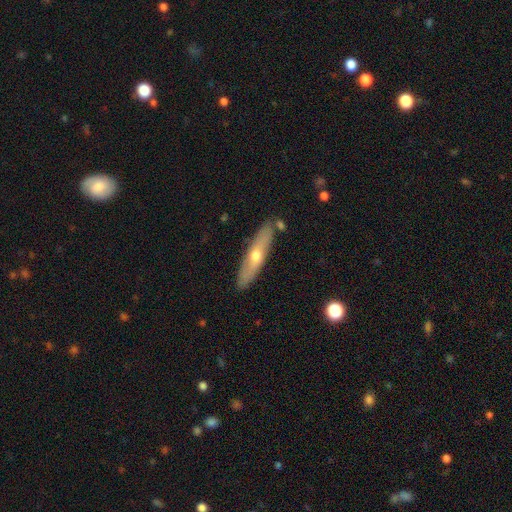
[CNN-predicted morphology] Smooth or featured? featured or disk (51%)
Edge-on disk? yes (69%)
Merging? none (85%)